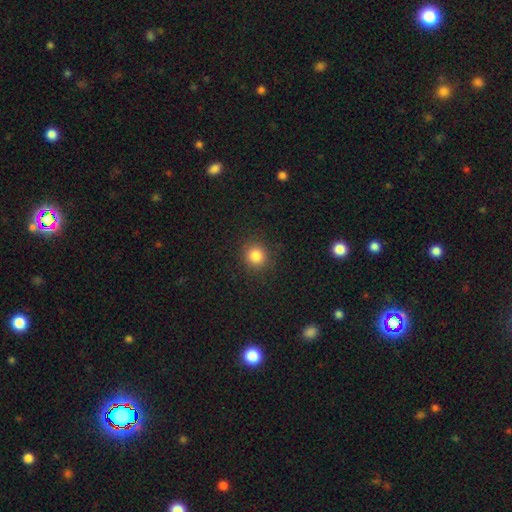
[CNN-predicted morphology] smooth 84%, star or artifact 12%, featured or disk 4%. Down the decision tree: how rounded — round (91%); merging — none (90%).